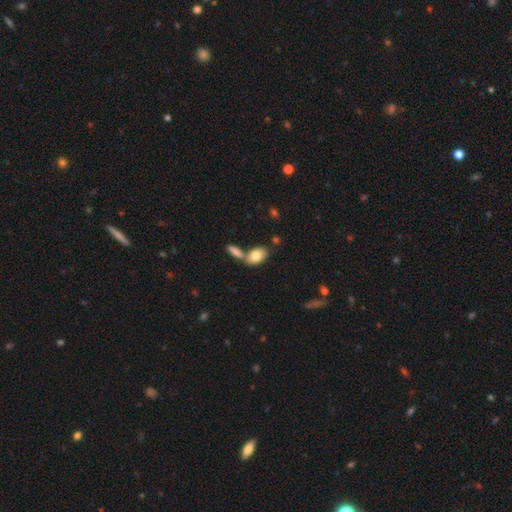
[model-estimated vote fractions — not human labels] smooth-or-featured: smooth: 81% | featured or disk: 12% | star or artifact: 7%
  how-rounded: in between: 90% | round: 7% | cigar-shaped: 3%
  merging: none: 50% | merger: 36% | minor disturbance: 11% | major disturbance: 3%